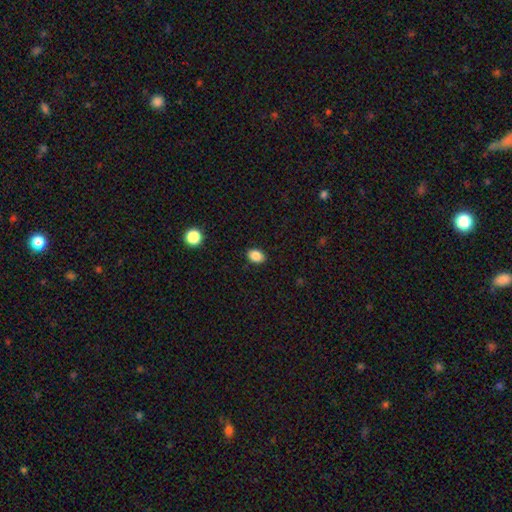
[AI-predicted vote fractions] Smooth or featured: smooth — 87% (star or artifact — 9%)
How rounded: in between — 70% (round — 29%)
Merging: none — 89% (minor disturbance — 7%)